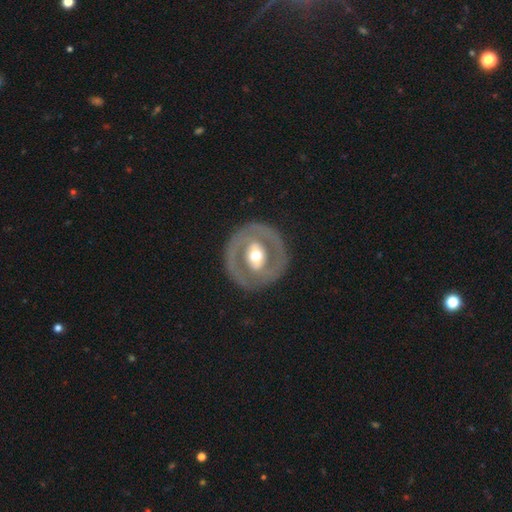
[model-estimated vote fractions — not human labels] The model was most divided on "bar": no: 43%, weak: 29%, strong: 28%. More confident: edge-on disk — no (94%); merging — none (82%); spiral arms — no (77%); bulge size — moderate (70%); smooth or featured — featured or disk (65%).